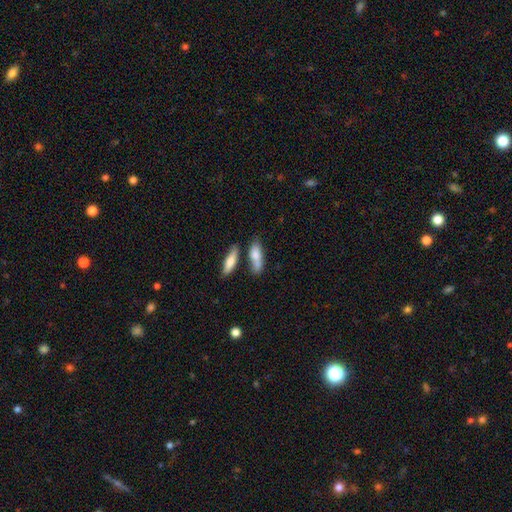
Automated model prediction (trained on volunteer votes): Smooth or featured? Predicted: smooth (p=0.76). How rounded? Predicted: in between (p=0.56). Merging? Predicted: none (p=0.46).